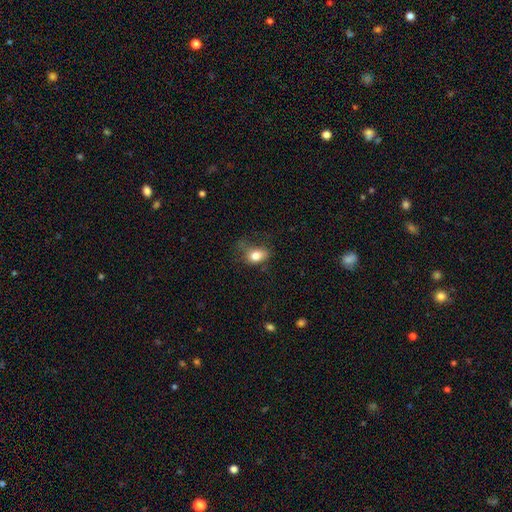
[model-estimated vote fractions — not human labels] Q: Smooth or featured?
A: smooth (80%); runner-up: featured or disk (11%)
Q: How rounded?
A: in between (77%); runner-up: round (21%)
Q: Merging?
A: none (44%); runner-up: minor disturbance (30%)